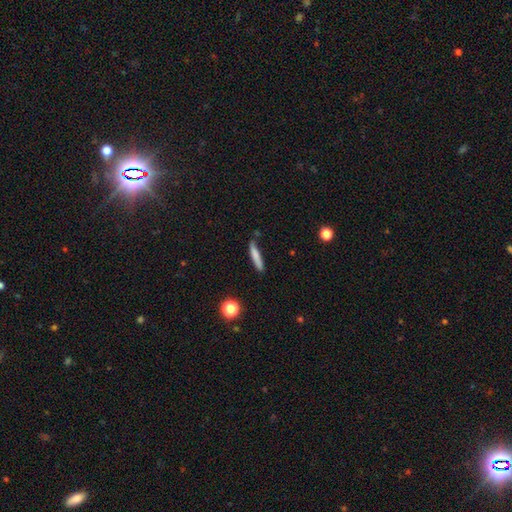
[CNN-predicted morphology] A smooth galaxy with no disk features (76%) that is cigar-shaped (89%).

Vote fractions:
- Smooth or featured? smooth: 76% / featured or disk: 16% / star or artifact: 8%
- How rounded? cigar-shaped: 89% / in between: 9% / round: 2%
- Merging? none: 78% / minor disturbance: 16% / merger: 3% / major disturbance: 3%